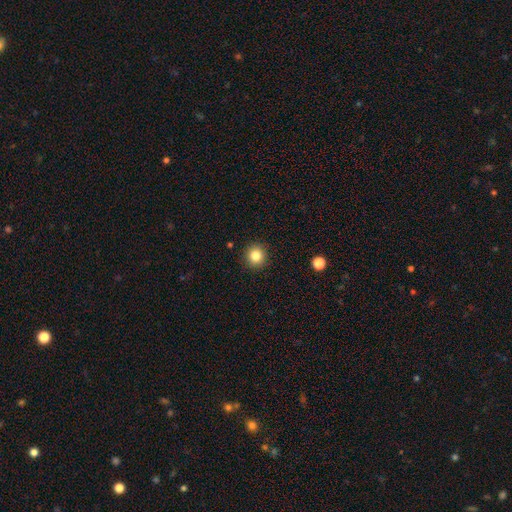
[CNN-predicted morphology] smooth_or_featured: smooth (p=0.84) [alt: star or artifact p=0.11]
how_rounded: round (p=0.93) [alt: in between p=0.06]
merging: none (p=0.92) [alt: minor disturbance p=0.05]